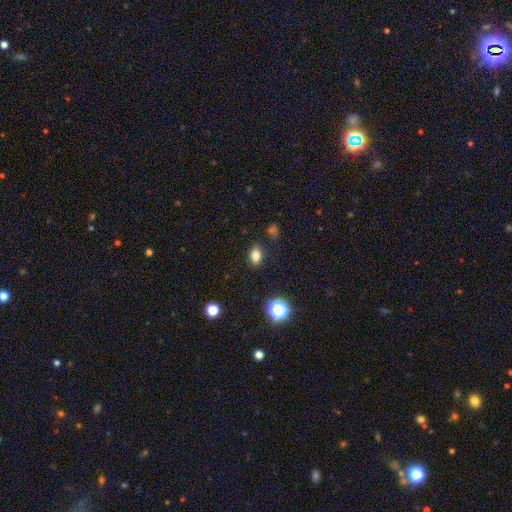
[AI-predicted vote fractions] This is likely a smooth galaxy (79%). How rounded: likely in between (79%). Merging: clearly none (84%).